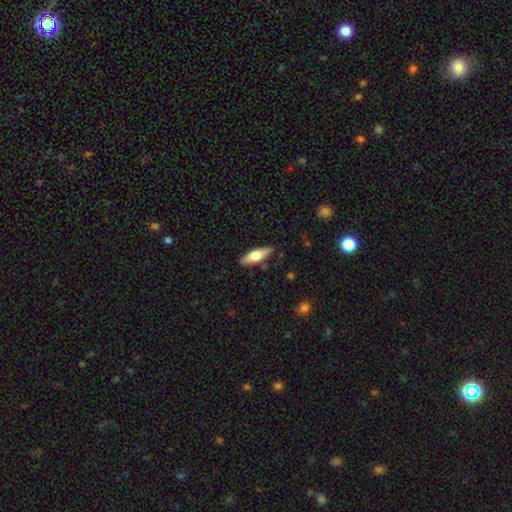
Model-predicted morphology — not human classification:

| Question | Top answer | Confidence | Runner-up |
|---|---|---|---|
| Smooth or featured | smooth | 65% | featured or disk (29%) |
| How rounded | in between | 53% | cigar-shaped (45%) |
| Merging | none | 87% | minor disturbance (9%) |